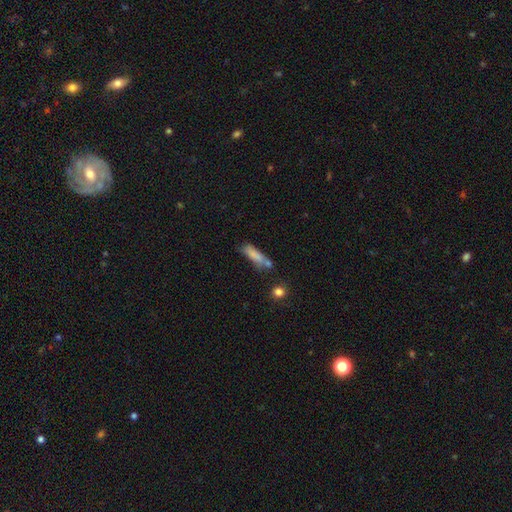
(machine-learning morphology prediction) Smooth or featured?
  - smooth: 75% *
  - featured or disk: 16%
  - star or artifact: 9%
How rounded?
  - cigar-shaped: 65% *
  - in between: 32%
  - round: 2%
Merging?
  - none: 49% *
  - minor disturbance: 24%
  - merger: 17%
  - major disturbance: 10%